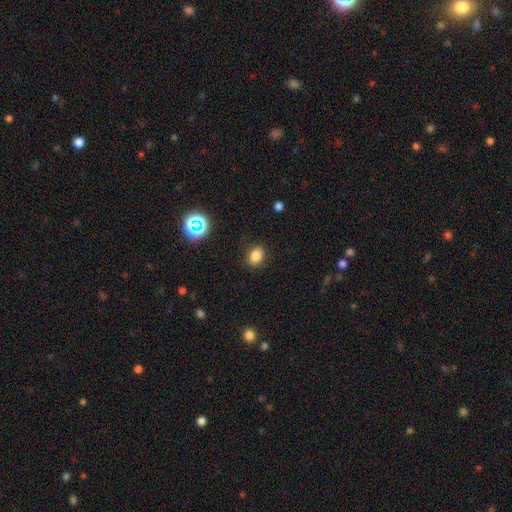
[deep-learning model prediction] Smooth or featured?
  - smooth: 81% *
  - star or artifact: 14%
  - featured or disk: 6%
How rounded?
  - in between: 67% *
  - round: 32%
  - cigar-shaped: 1%
Merging?
  - none: 85% *
  - minor disturbance: 10%
  - major disturbance: 3%
  - merger: 1%